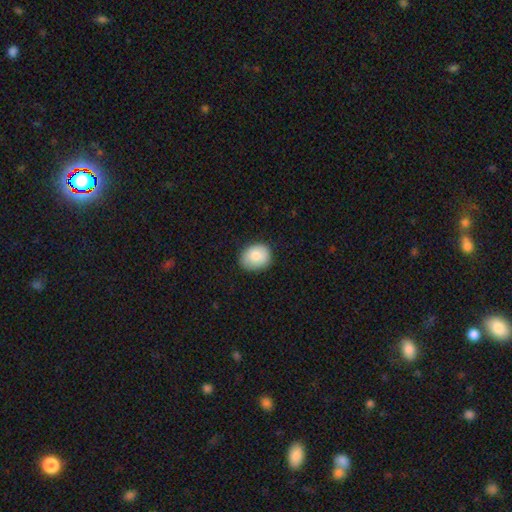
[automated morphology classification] smooth_or_featured: smooth (p=0.82) [alt: featured or disk p=0.11]
how_rounded: in between (p=0.54) [alt: round p=0.46]
merging: none (p=0.82) [alt: minor disturbance p=0.15]